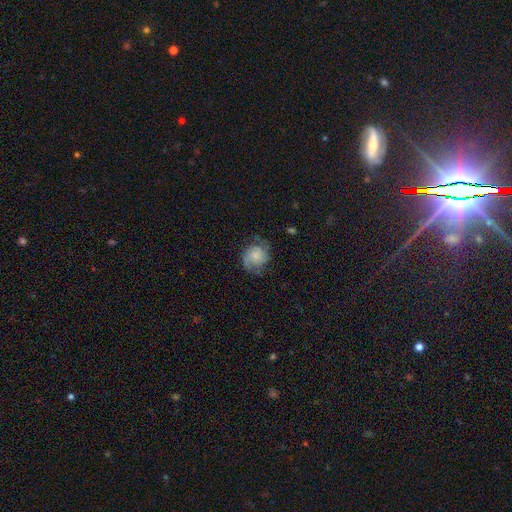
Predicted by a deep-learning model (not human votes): Smooth or featured: featured or disk — 63% (smooth — 29%)
Edge-on disk: no — 98% (yes — 2%)
Bar: no — 74% (weak — 23%)
Spiral arms: yes — 92% (no — 8%)
Spiral winding: medium — 44% (tight — 32%)
Spiral arm count: 2 — 81% (can't tell — 8%)
Bulge size: small — 41% (moderate — 24%)
Merging: none — 67% (minor disturbance — 21%)